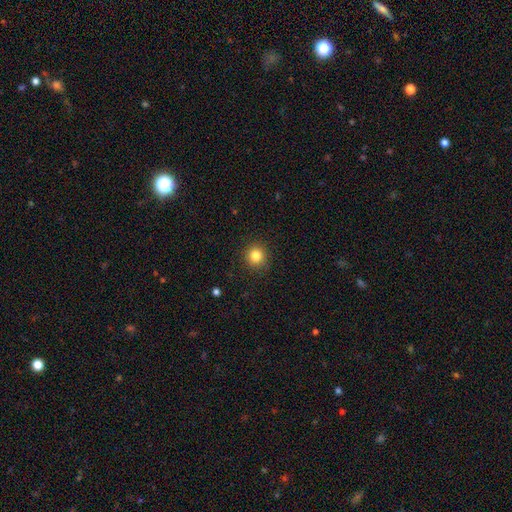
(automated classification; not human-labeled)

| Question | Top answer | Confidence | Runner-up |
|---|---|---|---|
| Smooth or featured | smooth | 83% | star or artifact (12%) |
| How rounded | round | 93% | in between (6%) |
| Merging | none | 91% | minor disturbance (6%) |